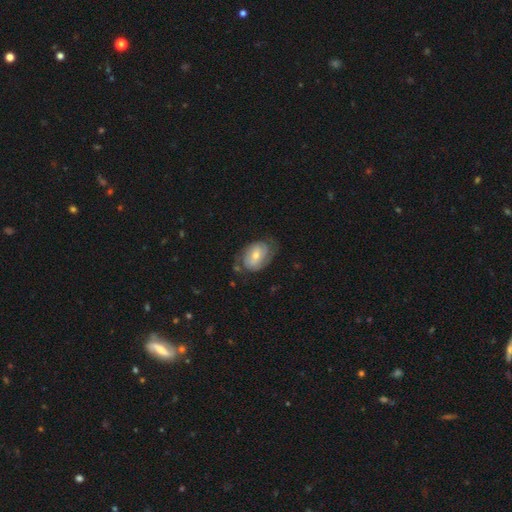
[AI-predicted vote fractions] Smooth or featured? featured or disk (55%)
Edge-on disk? no (96%)
Bar? no (50%)
Spiral arms? yes (76%)
Bulge size? moderate (53%)
Merging? none (59%)